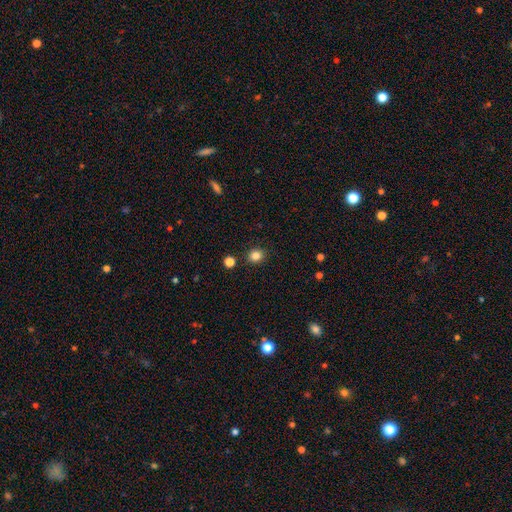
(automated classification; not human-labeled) Morphology: type=smooth (84%); roundness=round (78%); merging=none (88%).